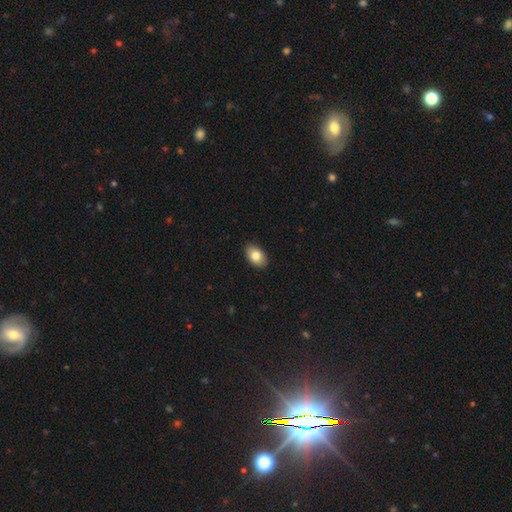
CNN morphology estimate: smooth_or_featured: smooth (p=0.81) [alt: featured or disk p=0.12]
how_rounded: in between (p=0.89) [alt: round p=0.09]
merging: none (p=0.89) [alt: minor disturbance p=0.08]